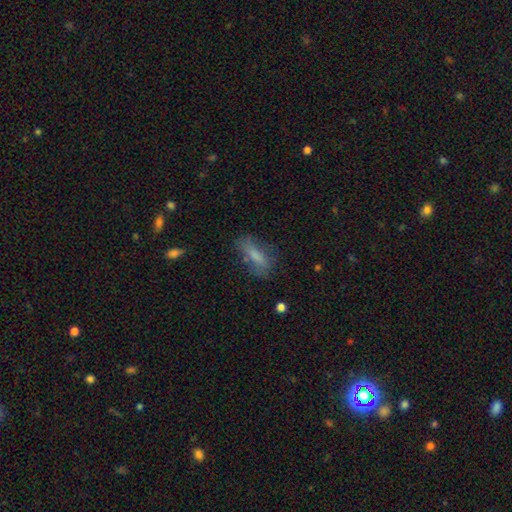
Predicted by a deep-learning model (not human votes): This is likely a smooth galaxy (71%). How rounded: possibly in between (56%). Merging: likely none (63%).